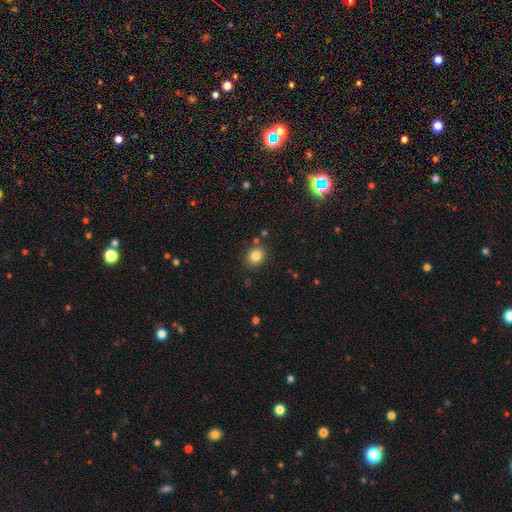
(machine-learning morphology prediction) smooth 83%, star or artifact 11%, featured or disk 6%. Down the decision tree: how rounded — round (68%); merging — none (83%).